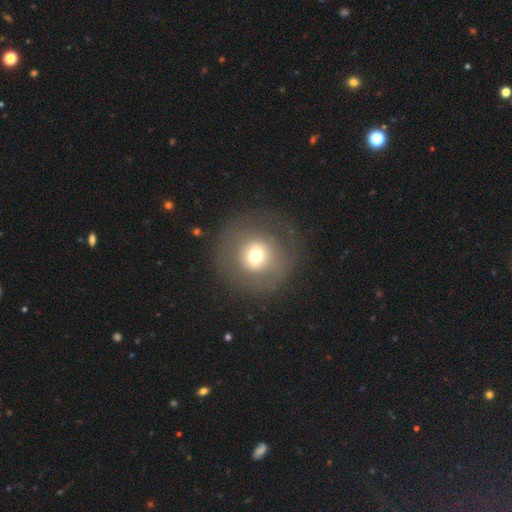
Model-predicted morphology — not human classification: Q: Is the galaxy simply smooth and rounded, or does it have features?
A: smooth — 60%.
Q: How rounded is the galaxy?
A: round — 93%.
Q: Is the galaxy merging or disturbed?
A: none — 77%.